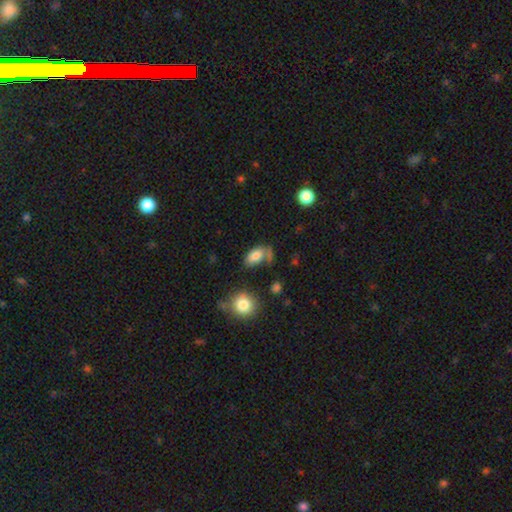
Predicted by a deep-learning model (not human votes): Smooth or featured?
  - smooth: 79% *
  - featured or disk: 12%
  - star or artifact: 9%
How rounded?
  - in between: 90% *
  - round: 6%
  - cigar-shaped: 4%
Merging?
  - none: 47% *
  - minor disturbance: 25%
  - merger: 15%
  - major disturbance: 14%